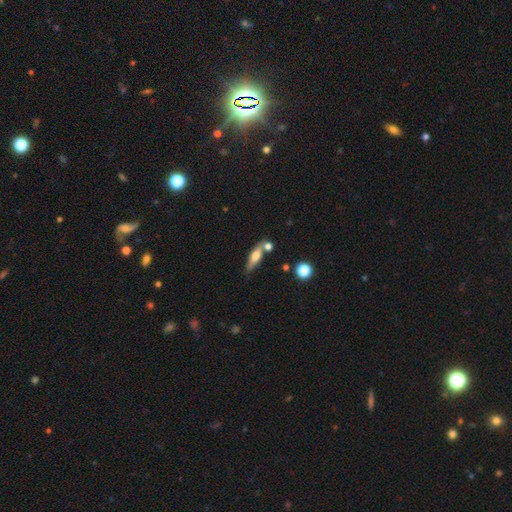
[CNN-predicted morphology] Smooth or featured? Predicted: smooth (p=0.50). How rounded? Predicted: cigar-shaped (p=0.58). Merging? Predicted: none (p=0.66).